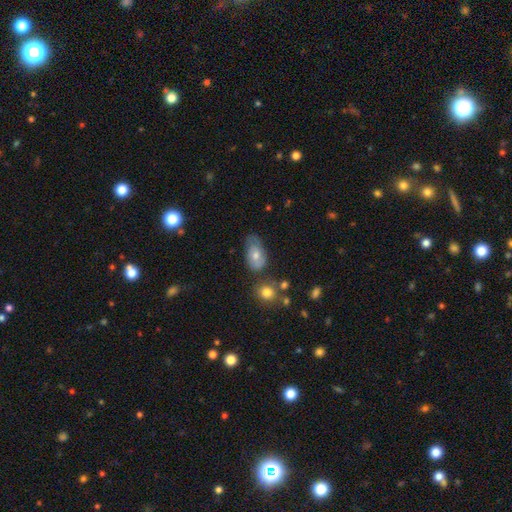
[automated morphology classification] type=smooth (54%); roundness=in between (89%); merging=none (47%).